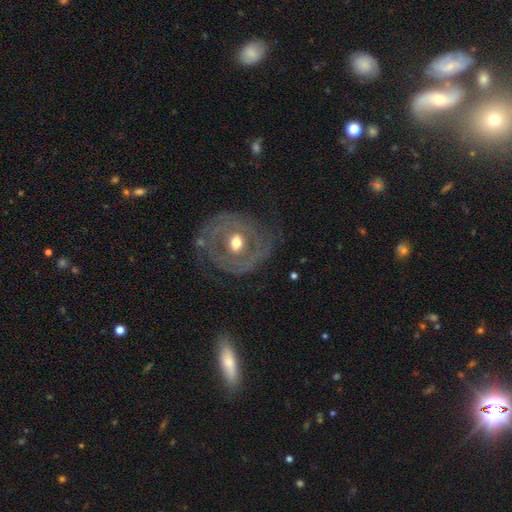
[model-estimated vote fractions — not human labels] smooth-or-featured: featured or disk: 71% | smooth: 18% | star or artifact: 11%
  disk-edge-on: no: 92% | yes: 8%
    bar: no: 61% | weak: 26% | strong: 13%
    has-spiral-arms: yes: 61% | no: 39%
    bulge-size: moderate: 70% | small: 21% | large: 6% | dominant: 1% | none: 1%
  merging: none: 77% | minor disturbance: 13% | major disturbance: 8% | merger: 2%